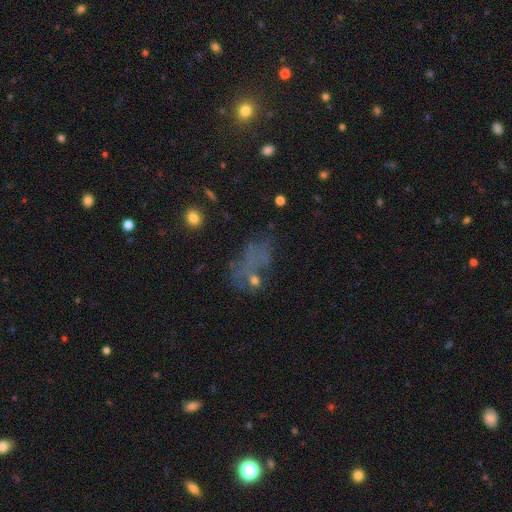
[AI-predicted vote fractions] A smooth galaxy with no disk features (42%).

Vote fractions:
- Smooth or featured? smooth: 42% / star or artifact: 31% / featured or disk: 27%
- Merging? none: 41% / major disturbance: 29% / minor disturbance: 20% / merger: 9%